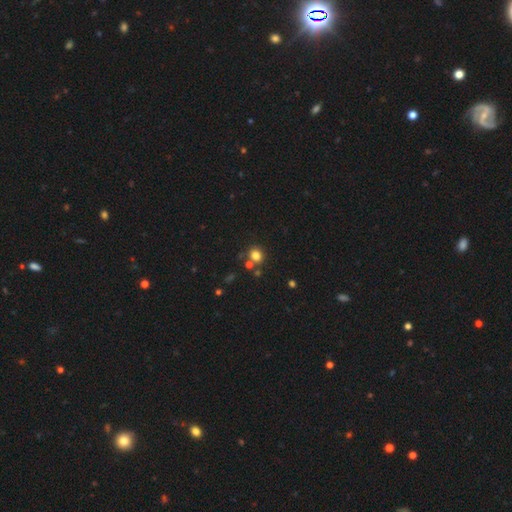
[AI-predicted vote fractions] Smooth or featured: smooth — 78% (star or artifact — 15%)
How rounded: round — 79% (in between — 20%)
Merging: none — 70% (merger — 16%)